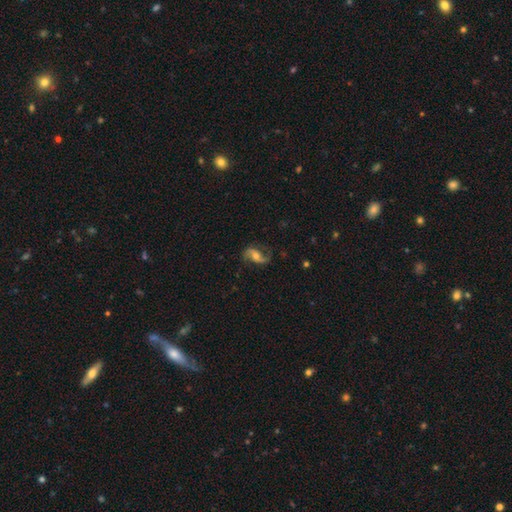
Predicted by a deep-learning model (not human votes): A featured or disk galaxy (84%) with no bar (44%), 2 (92%) loose (63%) spiral arms (96%) and a moderate central bulge (62%).

Vote fractions:
- Smooth or featured? featured or disk: 84% / smooth: 10% / star or artifact: 6%
- Edge-on disk? no: 97% / yes: 3%
- Bar? no: 44% / weak: 39% / strong: 17%
- Spiral arms? yes: 96% / no: 4%
- Spiral winding? loose: 63% / medium: 30% / tight: 7%
- Spiral arm count? 2: 92% / 1: 3% / can't tell: 2% / 3: 1% / 4: 1% / more than 4: 1%
- Bulge size? moderate: 62% / small: 24% / large: 9% / none: 3% / dominant: 1%
- Merging? none: 77% / minor disturbance: 15% / major disturbance: 7% / merger: 1%